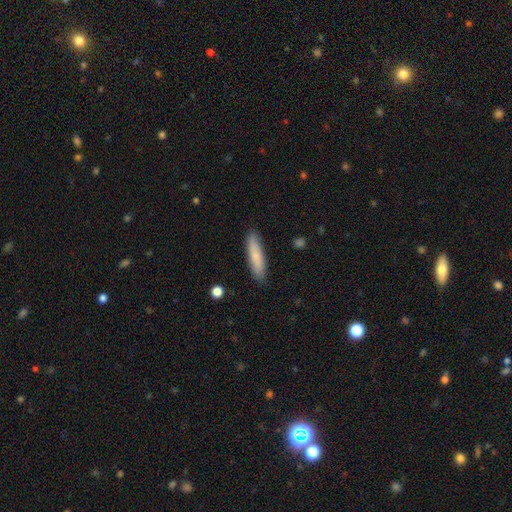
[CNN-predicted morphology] smooth-or-featured: smooth: 80% | featured or disk: 14% | star or artifact: 6%
  how-rounded: cigar-shaped: 79% | in between: 20% | round: 1%
  merging: none: 88% | minor disturbance: 9% | major disturbance: 2% | merger: 1%